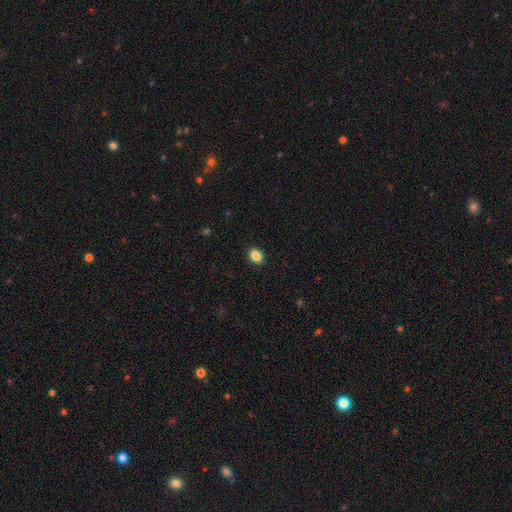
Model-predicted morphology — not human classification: A smooth galaxy with no disk features (87%) that is in between round and cigar-shaped (71%). Merging: none (90%).